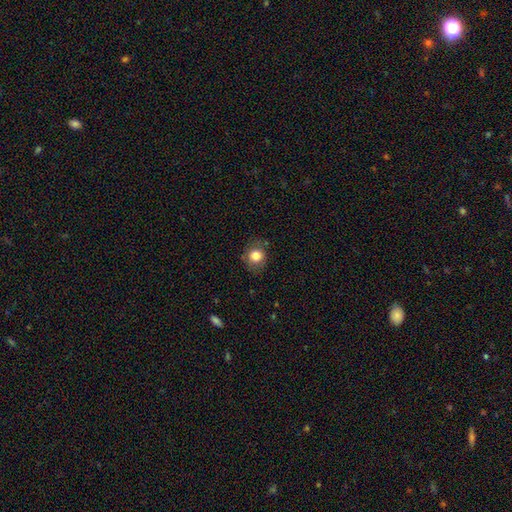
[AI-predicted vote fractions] This is clearly a smooth galaxy (80%). How rounded: clearly round (81%). Merging: likely none (78%).